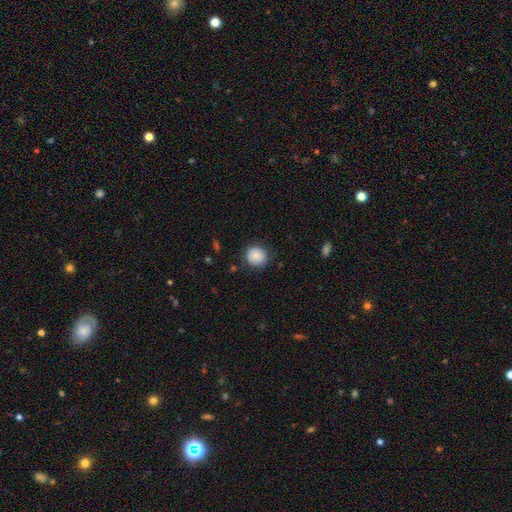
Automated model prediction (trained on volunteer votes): smooth_or_featured: smooth (p=0.83) [alt: featured or disk p=0.09]
how_rounded: round (p=0.90) [alt: in between p=0.09]
merging: none (p=0.82) [alt: minor disturbance p=0.14]